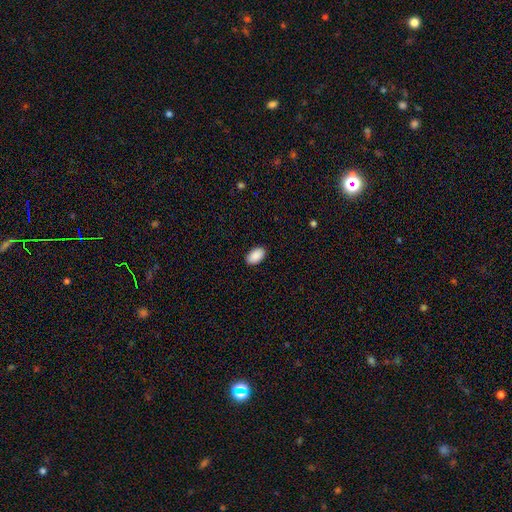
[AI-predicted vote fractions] A smooth galaxy with no disk features (91%) that is in between round and cigar-shaped (95%). Merging: none (89%).